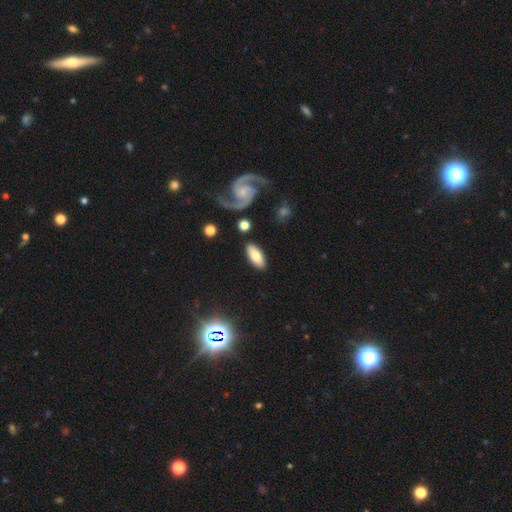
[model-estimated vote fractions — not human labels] smooth 68%, featured or disk 26%, star or artifact 7%. Down the decision tree: how rounded — in between (83%); merging — none (83%).